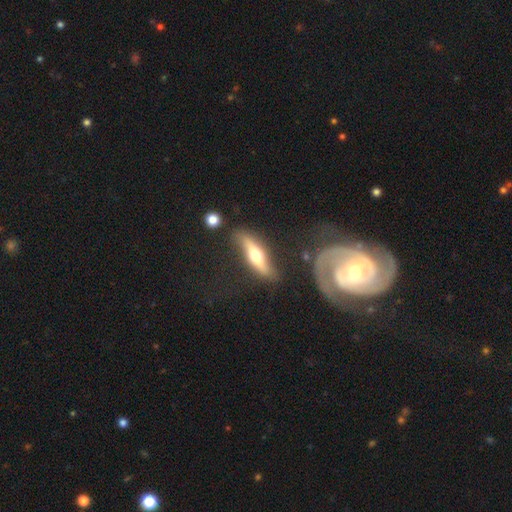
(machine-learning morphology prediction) Smooth or featured? Predicted: featured or disk (p=0.60). Edge-on disk? Predicted: yes (p=0.72). Merging? Predicted: none (p=0.70).